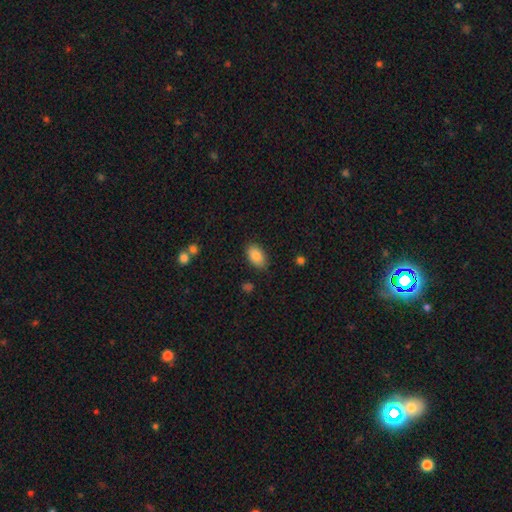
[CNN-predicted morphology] Smooth or featured? Predicted: smooth (p=0.86). How rounded? Predicted: in between (p=0.92). Merging? Predicted: none (p=0.83).